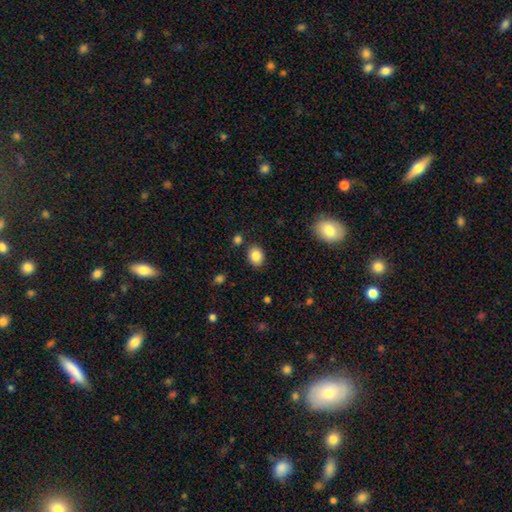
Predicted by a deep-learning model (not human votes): Smooth or featured: smooth — 85% (star or artifact — 9%)
How rounded: in between — 56% (round — 43%)
Merging: none — 84% (minor disturbance — 10%)